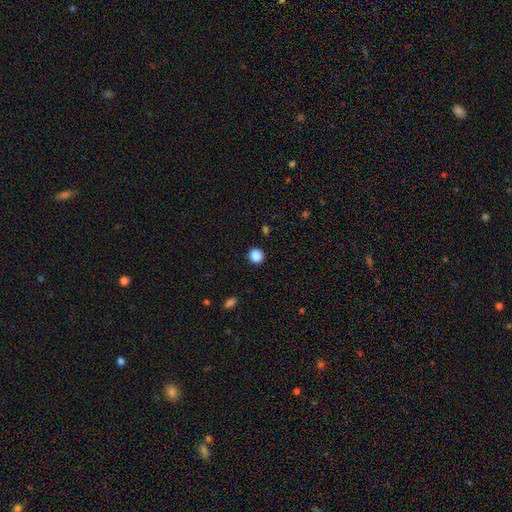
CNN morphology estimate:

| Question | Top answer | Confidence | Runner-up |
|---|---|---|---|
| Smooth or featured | smooth | 88% | star or artifact (9%) |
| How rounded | round | 90% | in between (9%) |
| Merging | none | 91% | minor disturbance (6%) |